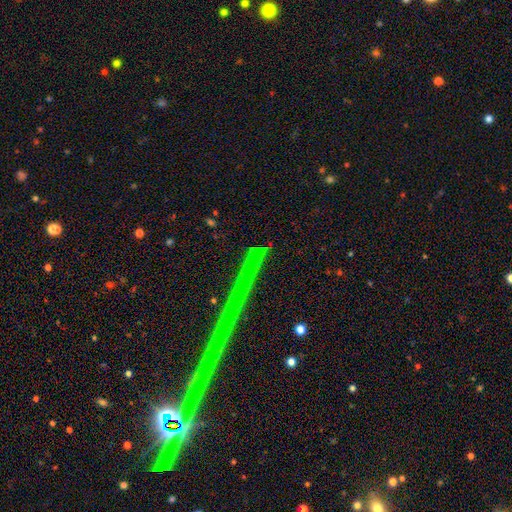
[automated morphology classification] Smooth or featured?
  - star or artifact: 76% *
  - smooth: 13%
  - featured or disk: 12%